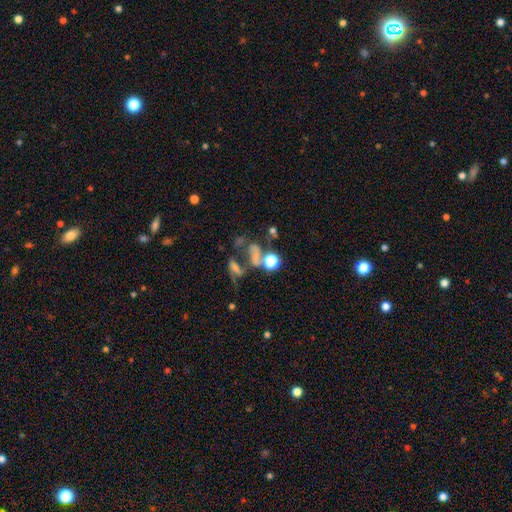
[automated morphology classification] type=smooth (41%); merging=merger (40%).